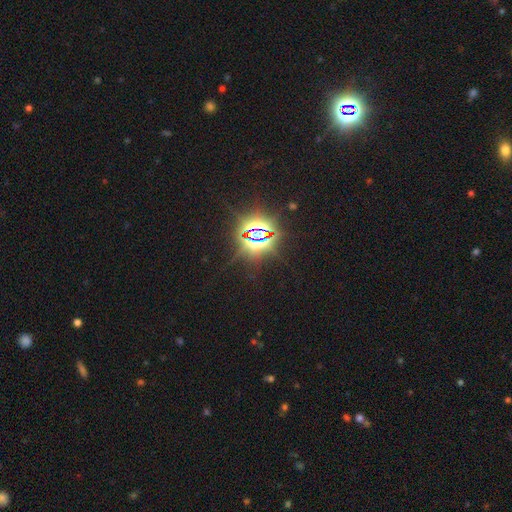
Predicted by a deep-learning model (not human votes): Smooth or featured: star or artifact — 85% (smooth — 9%)